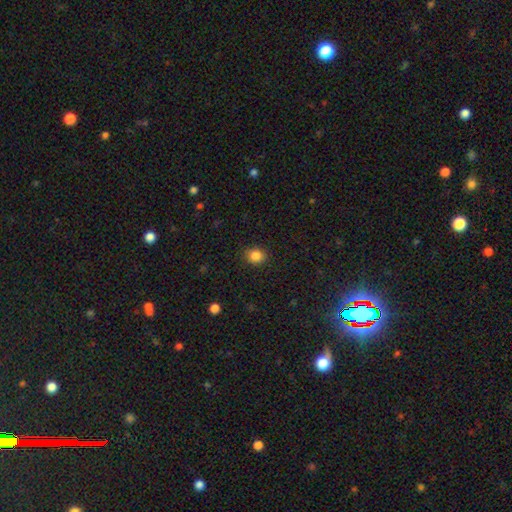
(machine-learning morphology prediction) The model was most divided on "how rounded": round: 69%, in between: 30%, cigar-shaped: 1%. More confident: merging — none (89%); smooth or featured — smooth (85%).